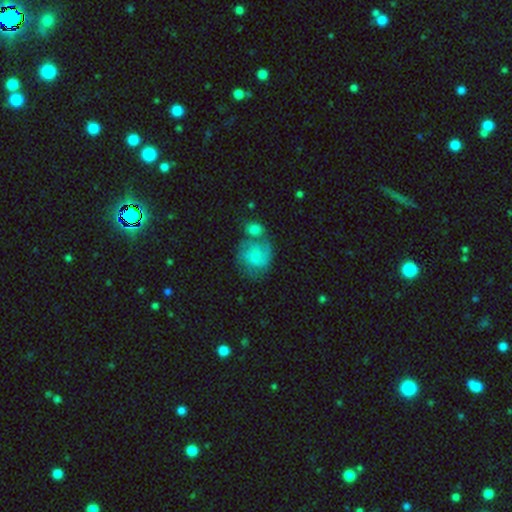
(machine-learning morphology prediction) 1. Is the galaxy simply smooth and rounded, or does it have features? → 54% featured or disk, 39% smooth, 7% star or artifact.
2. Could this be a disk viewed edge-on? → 98% no, 2% yes.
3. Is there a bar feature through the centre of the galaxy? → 69% no, 27% weak, 4% strong.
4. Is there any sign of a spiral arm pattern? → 84% yes, 16% no.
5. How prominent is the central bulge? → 54% small, 23% none, 18% moderate, 3% large, 2% dominant.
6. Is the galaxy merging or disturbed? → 40% none, 31% merger, 17% minor disturbance, 11% major disturbance.